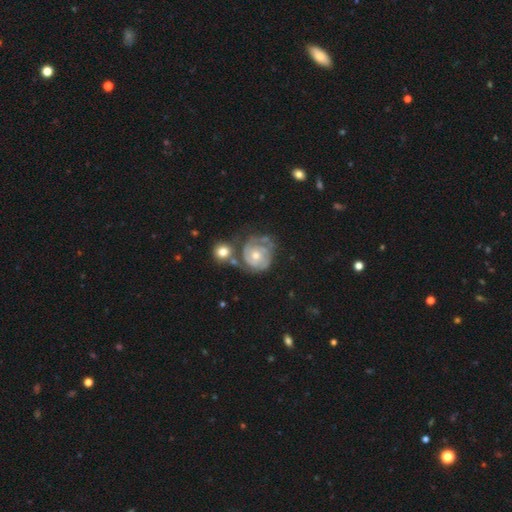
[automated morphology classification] type=featured or disk (84%); edge-on=no (98%); bar=no (77%); spiral arms=yes (94%); winding=tight (75%); arm count=2 (46%); bulge=moderate (63%); merging=none (52%).